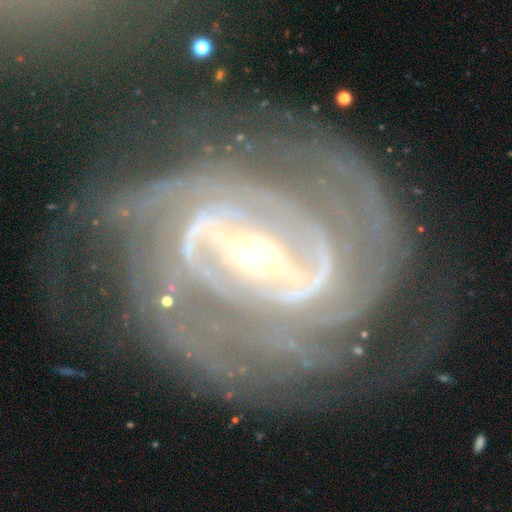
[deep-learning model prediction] smooth-or-featured: featured or disk: 92% | star or artifact: 5% | smooth: 3%
  disk-edge-on: no: 97% | yes: 3%
    bar: strong: 68% | weak: 24% | no: 8%
    has-spiral-arms: yes: 98% | no: 2%
      spiral-winding: tight: 70% | medium: 25% | loose: 5%
      spiral-arm-count: 2: 27% | 3: 22% | can't tell: 19% | 4: 18% | more than 4: 8% | 1: 7%
    bulge-size: small: 54% | moderate: 42% | large: 3% | none: 1% | dominant: 1%
  merging: none: 64% | minor disturbance: 17% | major disturbance: 11% | merger: 7%